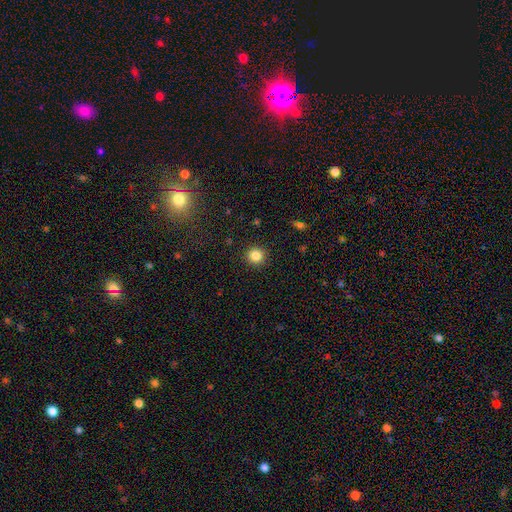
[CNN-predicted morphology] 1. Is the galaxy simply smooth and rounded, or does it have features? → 84% smooth, 11% star or artifact, 5% featured or disk.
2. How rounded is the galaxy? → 94% round, 6% in between, 1% cigar-shaped.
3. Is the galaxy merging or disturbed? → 92% none, 5% minor disturbance, 2% major disturbance, 1% merger.